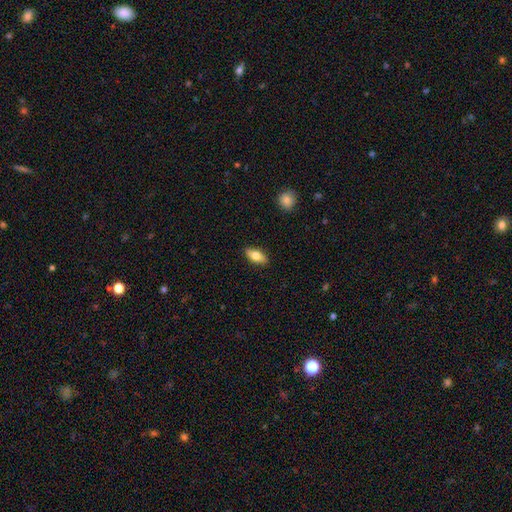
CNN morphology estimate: smooth 72%, featured or disk 21%, star or artifact 7%. Down the decision tree: how rounded — in between (84%); merging — none (89%).